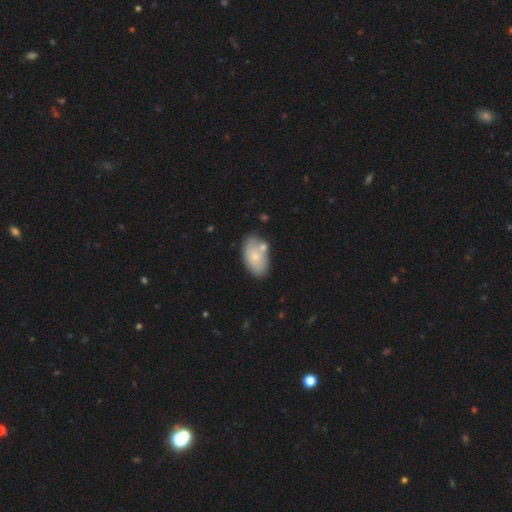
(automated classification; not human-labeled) smooth-or-featured: smooth: 70% | featured or disk: 23% | star or artifact: 7%
  how-rounded: in between: 93% | round: 5% | cigar-shaped: 2%
  merging: none: 61% | minor disturbance: 18% | merger: 16% | major disturbance: 5%